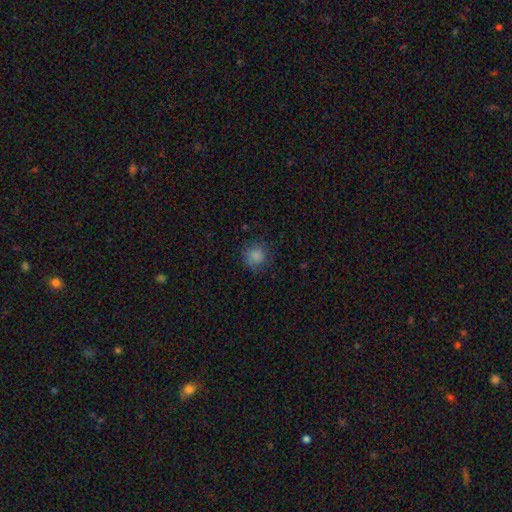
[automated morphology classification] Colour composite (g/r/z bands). It shows a smooth galaxy with no disk features (82%) that is round (89%). Merging: none (75%).